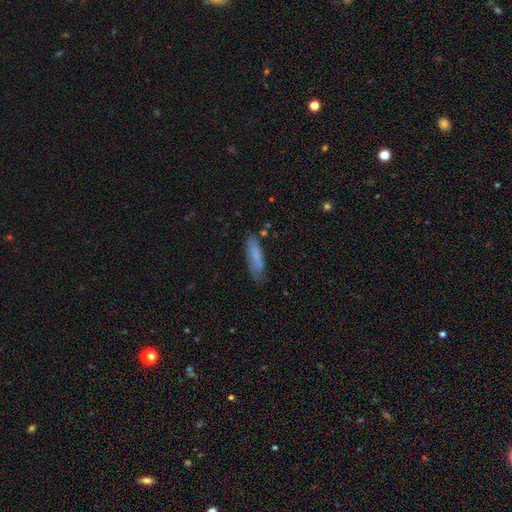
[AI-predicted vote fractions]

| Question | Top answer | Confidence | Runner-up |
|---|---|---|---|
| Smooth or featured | smooth | 71% | featured or disk (21%) |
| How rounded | cigar-shaped | 66% | in between (33%) |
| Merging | none | 63% | minor disturbance (26%) |